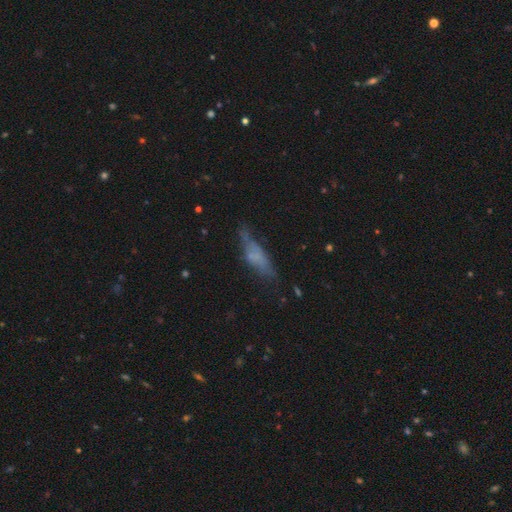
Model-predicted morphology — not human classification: This appears to be a smooth galaxy with no disk features (51%) that is cigar-shaped (60%). Merging: none (49%).